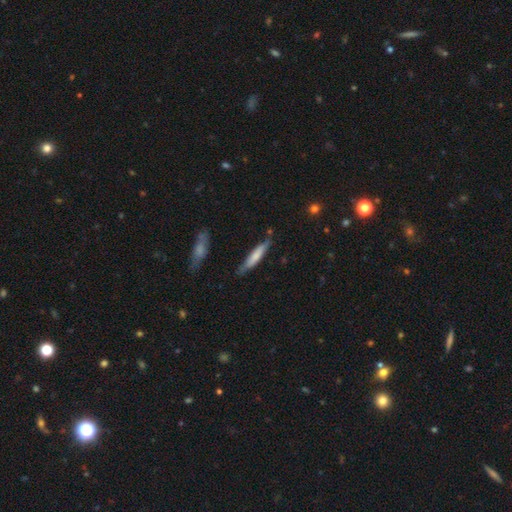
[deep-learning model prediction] Smooth or featured?
  - smooth: 67% *
  - featured or disk: 28%
  - star or artifact: 6%
How rounded?
  - cigar-shaped: 86% *
  - in between: 13%
  - round: 1%
Merging?
  - none: 75% *
  - minor disturbance: 18%
  - merger: 4%
  - major disturbance: 3%